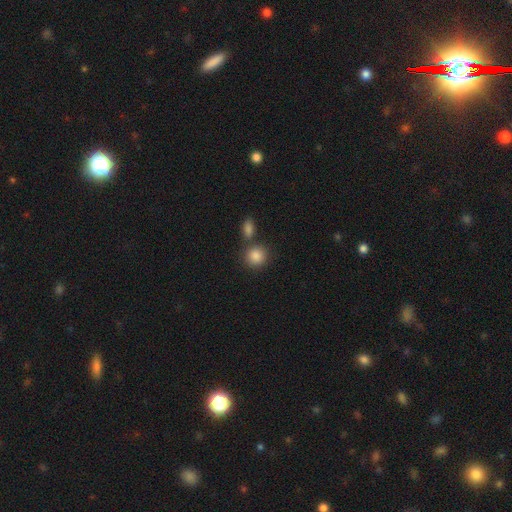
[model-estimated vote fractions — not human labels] A smooth galaxy with no disk features (86%) that is round (81%).

Vote fractions:
- Smooth or featured? smooth: 86% / star or artifact: 8% / featured or disk: 5%
- How rounded? round: 81% / in between: 17% / cigar-shaped: 1%
- Merging? none: 64% / merger: 23% / minor disturbance: 10% / major disturbance: 3%